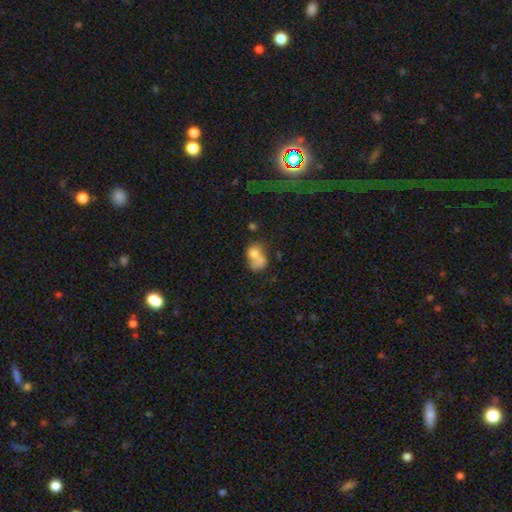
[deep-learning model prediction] Morphology: type=smooth (70%); roundness=in between (55%); merging=merger (61%).